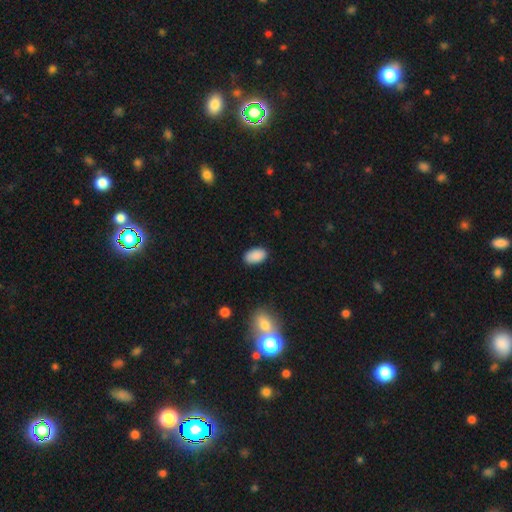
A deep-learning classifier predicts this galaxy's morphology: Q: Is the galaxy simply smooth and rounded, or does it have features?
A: smooth — 89%.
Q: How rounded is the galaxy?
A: in between — 94%.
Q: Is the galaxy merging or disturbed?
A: none — 86%.